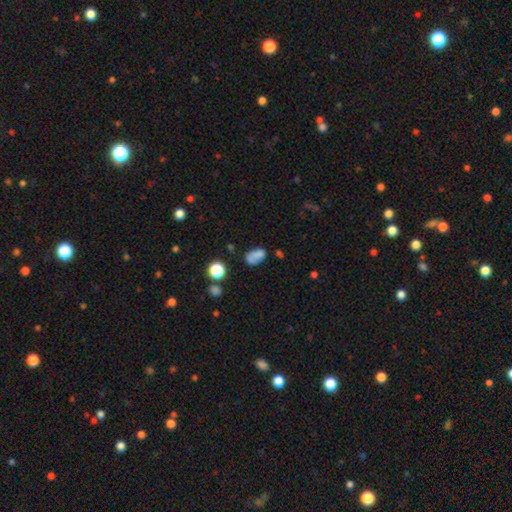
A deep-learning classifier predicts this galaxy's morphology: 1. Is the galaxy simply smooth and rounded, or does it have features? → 72% smooth, 15% featured or disk, 13% star or artifact.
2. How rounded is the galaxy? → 82% in between, 16% round, 2% cigar-shaped.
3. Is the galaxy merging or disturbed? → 46% none, 25% minor disturbance, 17% merger, 13% major disturbance.